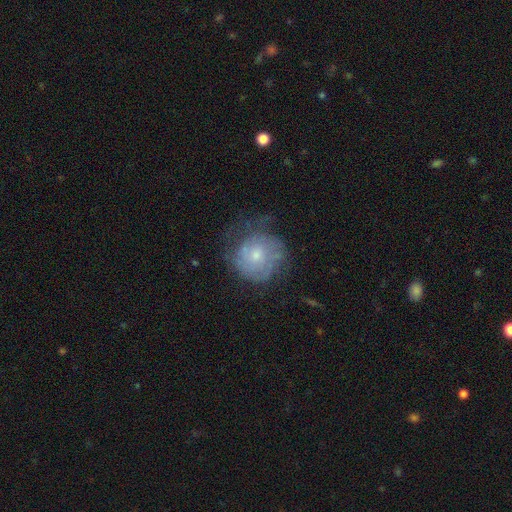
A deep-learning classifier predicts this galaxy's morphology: smooth_or_featured: featured or disk (p=0.53) [alt: smooth p=0.38]
disk_edge_on: no (p=0.97) [alt: yes p=0.03]
bar: no (p=0.81) [alt: weak p=0.16]
has_spiral_arms: yes (p=0.64) [alt: no p=0.36]
bulge_size: small (p=0.60) [alt: moderate p=0.34]
merging: none (p=0.51) [alt: minor disturbance p=0.27]